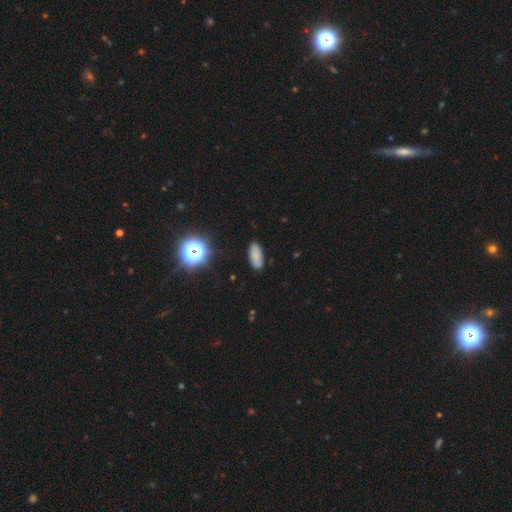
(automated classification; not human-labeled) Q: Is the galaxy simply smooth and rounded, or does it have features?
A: smooth — 76%.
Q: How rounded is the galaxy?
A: in between — 83%.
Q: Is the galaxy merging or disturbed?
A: none — 82%.